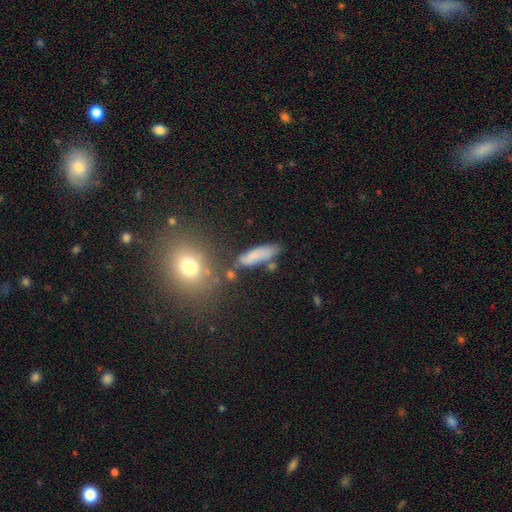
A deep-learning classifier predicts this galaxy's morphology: Smooth or featured? Predicted: smooth (p=0.74). How rounded? Predicted: cigar-shaped (p=0.61). Merging? Predicted: none (p=0.65).